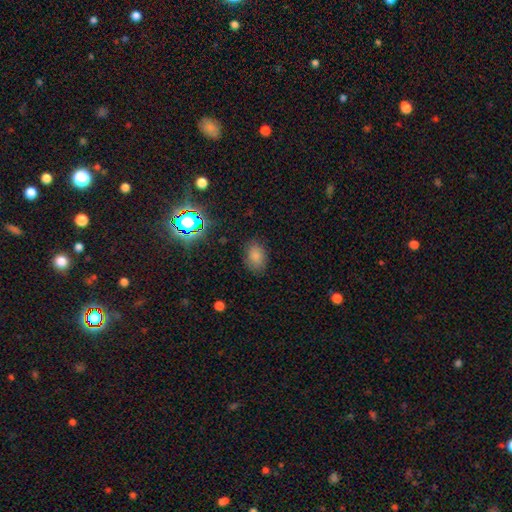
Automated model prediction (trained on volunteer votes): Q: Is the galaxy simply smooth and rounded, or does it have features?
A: smooth — 77%.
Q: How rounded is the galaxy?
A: in between — 75%.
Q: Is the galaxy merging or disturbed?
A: none — 82%.